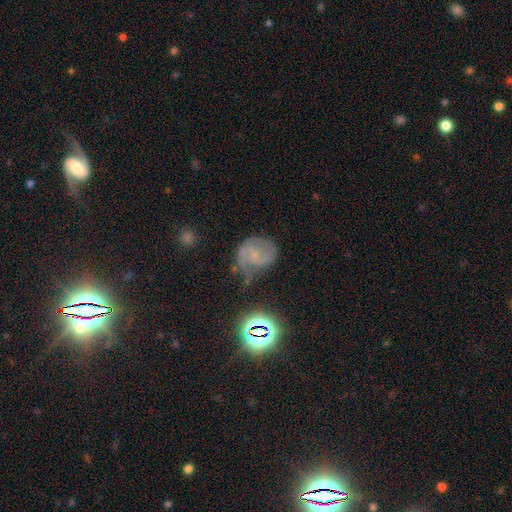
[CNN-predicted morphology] Overall: featured or disk (73%). Edge-on disk: no (98%). Bar: no (48%; weak 42%). Spiral arms: yes (94%). Spiral arm count: 2 (77%). Spiral winding: medium (52%; tight 25%). Bulge size: small (53%; none 31%). Merging: none (54%; minor disturbance 26%).